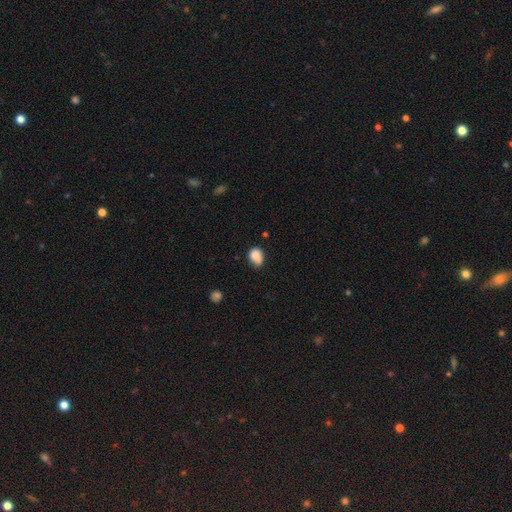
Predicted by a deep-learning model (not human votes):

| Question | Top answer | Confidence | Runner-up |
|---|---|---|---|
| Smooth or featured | smooth | 83% | star or artifact (9%) |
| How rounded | in between | 56% | round (42%) |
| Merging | none | 46% | minor disturbance (34%) |